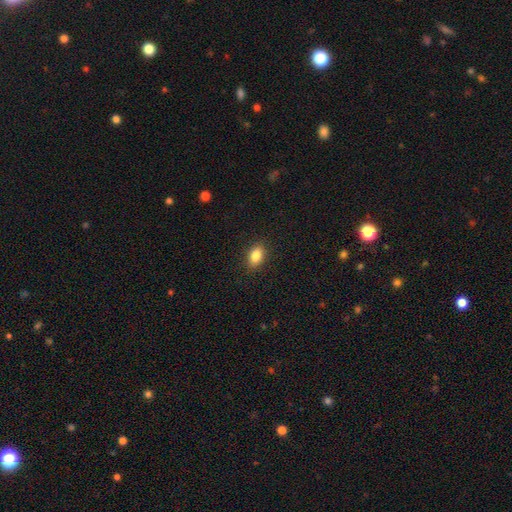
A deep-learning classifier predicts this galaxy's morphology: The model was most divided on "how rounded": in between: 84%, round: 14%, cigar-shaped: 2%. More confident: merging — none (88%); smooth or featured — smooth (86%).